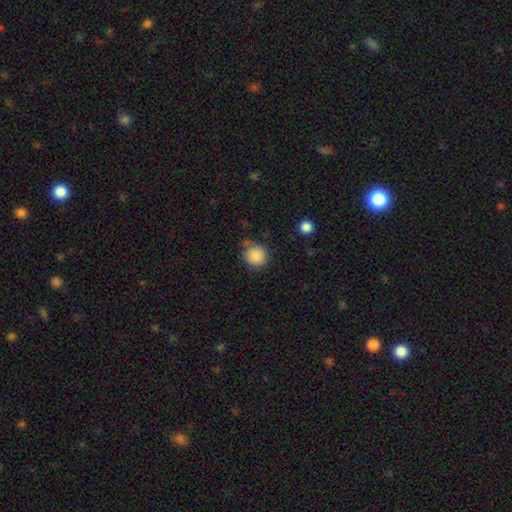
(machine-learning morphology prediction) Smooth or featured: smooth — 86% (star or artifact — 9%)
How rounded: round — 89% (in between — 10%)
Merging: none — 69% (minor disturbance — 21%)